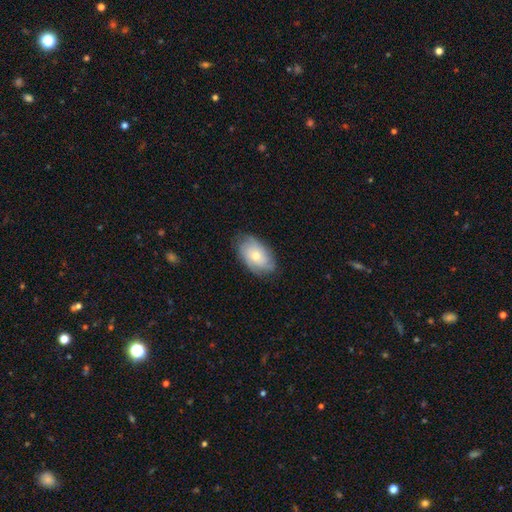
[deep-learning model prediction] Overall: featured or disk (50%; smooth 42%). Merging: none (77%).